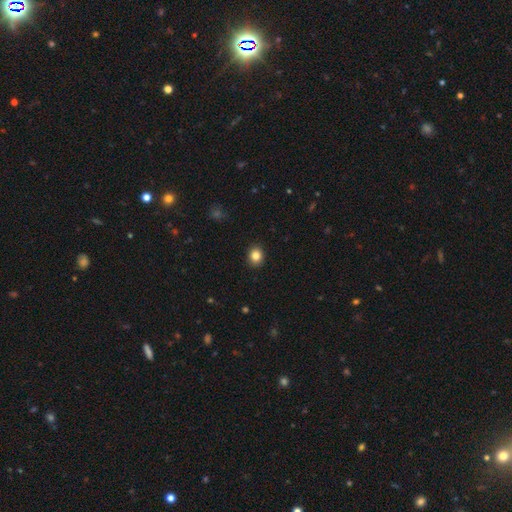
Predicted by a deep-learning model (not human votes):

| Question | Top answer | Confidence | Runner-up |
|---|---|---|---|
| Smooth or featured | smooth | 84% | star or artifact (10%) |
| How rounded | round | 72% | in between (27%) |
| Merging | none | 91% | minor disturbance (6%) |